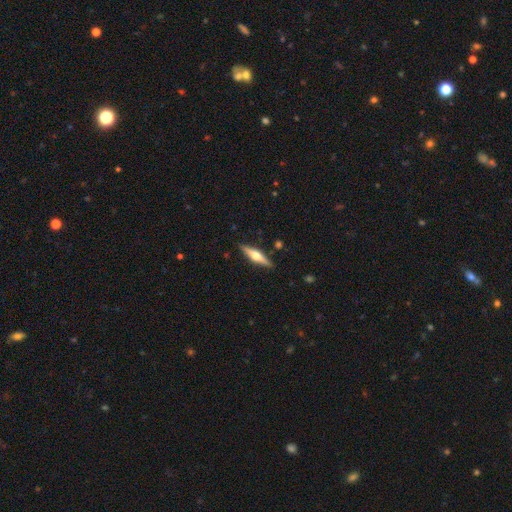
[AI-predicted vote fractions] Morphology: type=featured or disk (66%); edge-on=yes (97%); edge-on bulge=rounded (94%); merging=none (89%).